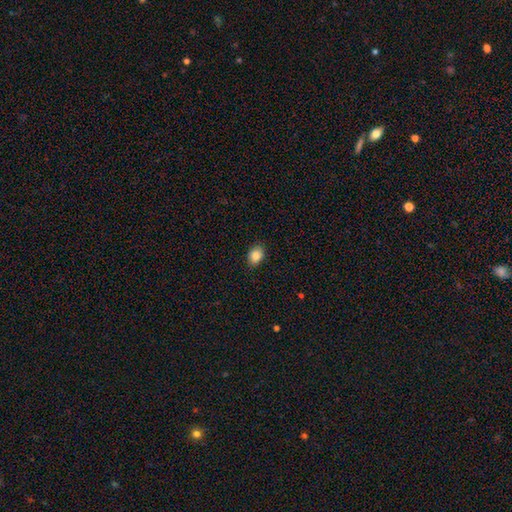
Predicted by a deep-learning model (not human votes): Q: Smooth or featured?
A: smooth (85%); runner-up: star or artifact (9%)
Q: How rounded?
A: in between (71%); runner-up: round (28%)
Q: Merging?
A: none (87%); runner-up: minor disturbance (10%)